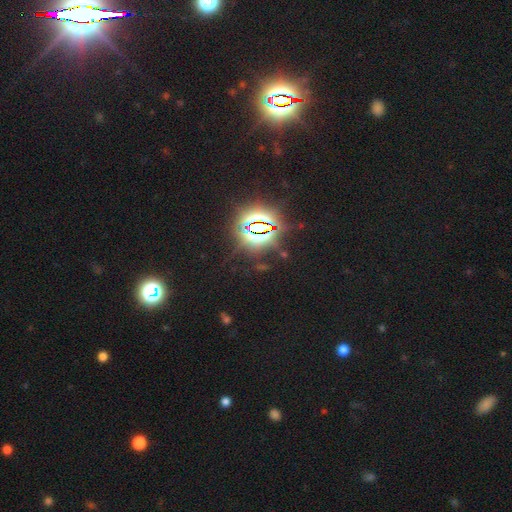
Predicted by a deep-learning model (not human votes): Smooth or featured: star or artifact — 83% (smooth — 10%)